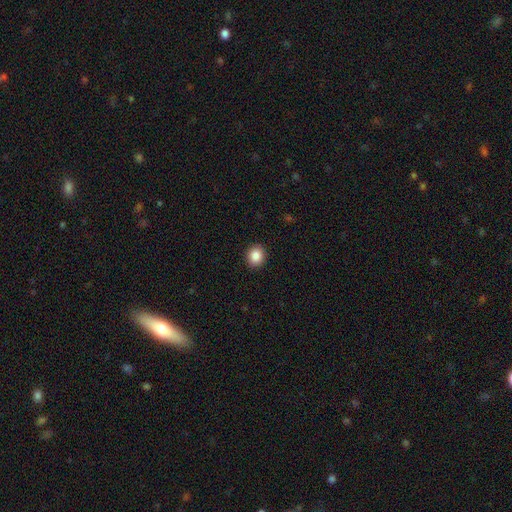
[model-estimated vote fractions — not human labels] The model was most divided on "how rounded": round: 77%, in between: 22%, cigar-shaped: 1%. More confident: merging — none (92%); smooth or featured — smooth (87%).